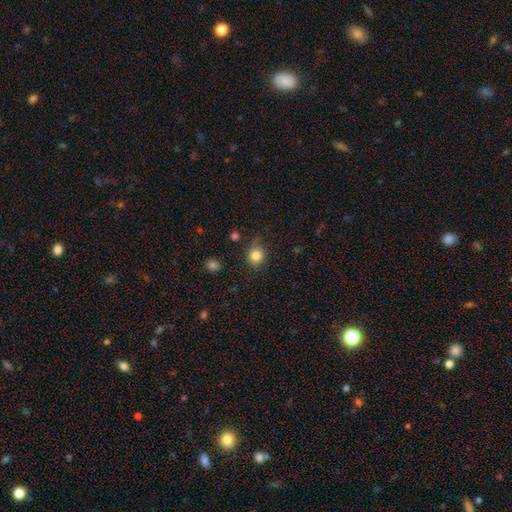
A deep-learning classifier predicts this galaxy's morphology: A smooth galaxy with no disk features (82%) that is round (86%). Merging: none (79%).